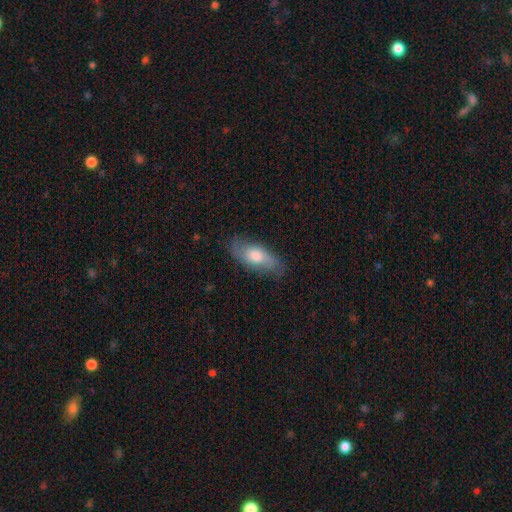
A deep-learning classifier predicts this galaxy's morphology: type=smooth (61%); roundness=in between (79%); merging=none (77%).